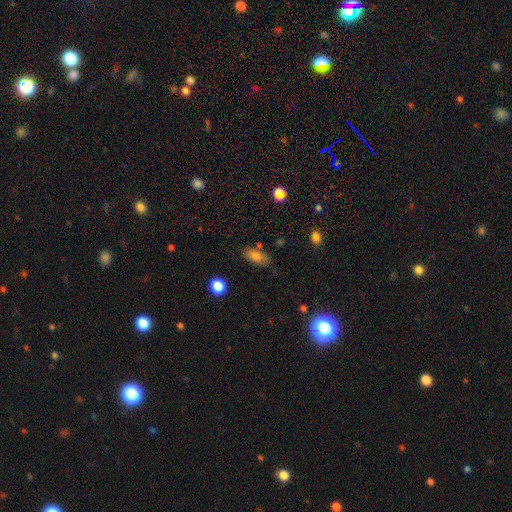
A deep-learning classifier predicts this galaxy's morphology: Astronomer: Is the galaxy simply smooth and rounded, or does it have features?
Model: smooth — 80%.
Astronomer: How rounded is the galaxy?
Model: in between — 84%.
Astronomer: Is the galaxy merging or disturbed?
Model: none — 77%.